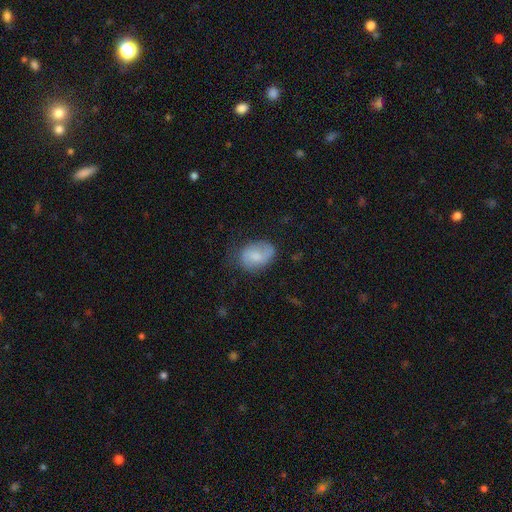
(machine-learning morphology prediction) Q: Smooth or featured?
A: smooth (63%); runner-up: featured or disk (30%)
Q: How rounded?
A: in between (77%); runner-up: round (22%)
Q: Merging?
A: none (59%); runner-up: minor disturbance (28%)